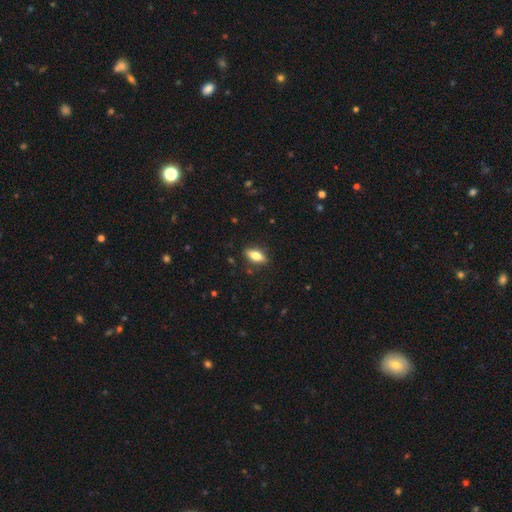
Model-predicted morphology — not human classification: The model was most divided on "smooth or featured": smooth: 70%, featured or disk: 22%, star or artifact: 7%. More confident: merging — none (84%); how rounded — in between (78%).